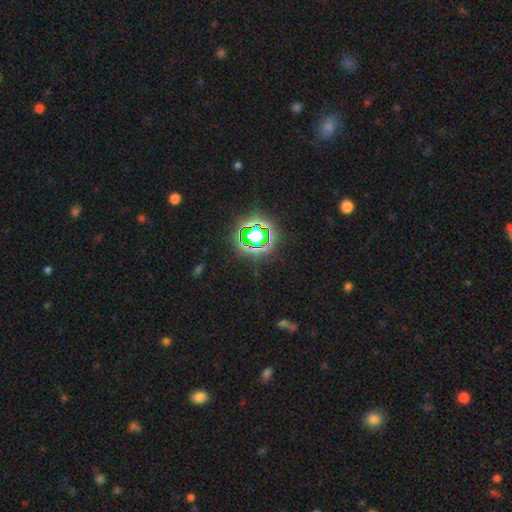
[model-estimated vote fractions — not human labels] This is likely a star or artifact rather than a galaxy (77%).